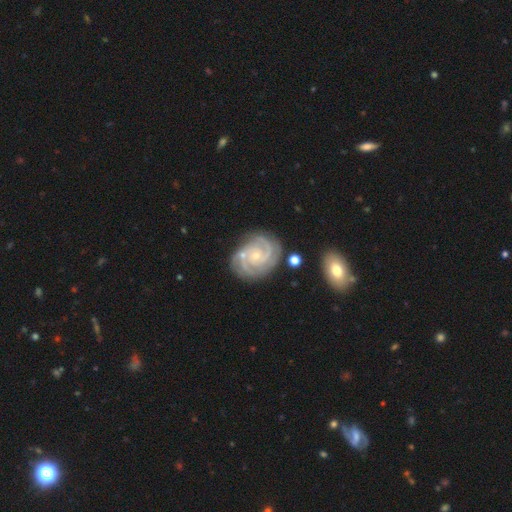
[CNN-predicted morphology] A featured or disk galaxy (91%) with no bar (69%), 2 (36%) tight (71%) spiral arms (98%) and a small central bulge (78%). Merging: none (74%).